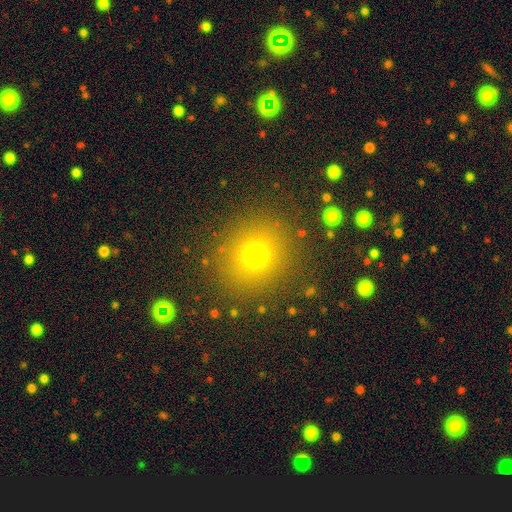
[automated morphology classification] Q: Smooth or featured?
A: smooth (70%); runner-up: star or artifact (20%)
Q: How rounded?
A: round (85%); runner-up: in between (14%)
Q: Merging?
A: none (88%); runner-up: minor disturbance (7%)